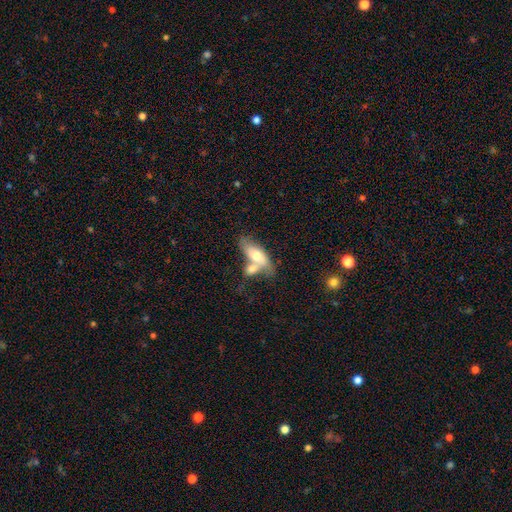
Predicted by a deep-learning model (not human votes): The model was most divided on "smooth or featured": smooth: 60%, featured or disk: 34%, star or artifact: 6%. More confident: how rounded — in between (78%); merging — merger (54%).